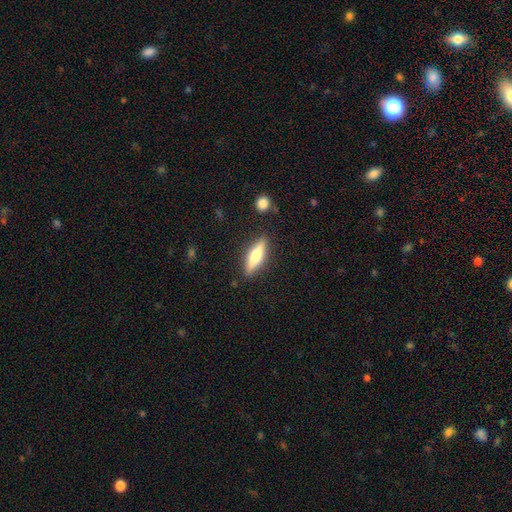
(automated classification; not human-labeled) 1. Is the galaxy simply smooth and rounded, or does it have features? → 51% smooth, 43% featured or disk, 6% star or artifact.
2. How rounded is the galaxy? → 66% cigar-shaped, 32% in between, 2% round.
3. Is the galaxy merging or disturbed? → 86% none, 9% minor disturbance, 2% major disturbance, 2% merger.